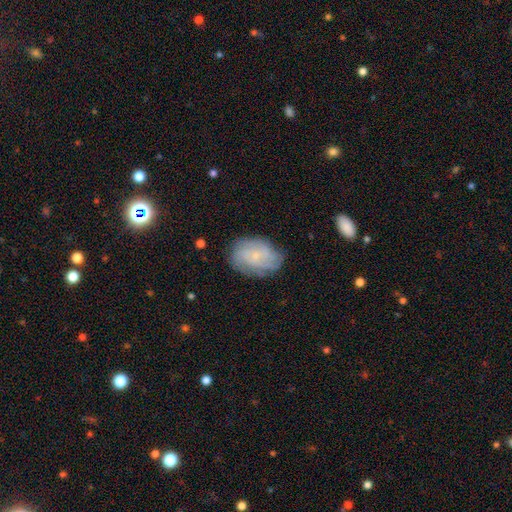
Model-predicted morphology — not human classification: A featured or disk galaxy (59%) with no bar (69%), spiral arms (85%) and a small central bulge (75%).

Vote fractions:
- Smooth or featured? featured or disk: 59% / smooth: 32% / star or artifact: 9%
- Edge-on disk? no: 97% / yes: 3%
- Bar? no: 69% / weak: 27% / strong: 4%
- Spiral arms? yes: 85% / no: 15%
- Bulge size? small: 75% / moderate: 13% / none: 11% / large: 1% / dominant: 1%
- Merging? none: 73% / minor disturbance: 19% / major disturbance: 6% / merger: 1%